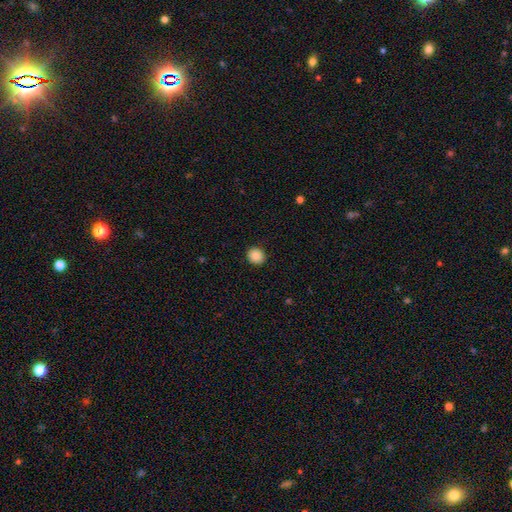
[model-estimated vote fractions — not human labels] The model was most divided on "how rounded": round: 83%, in between: 17%, cigar-shaped: 1%. More confident: merging — none (91%); smooth or featured — smooth (87%).